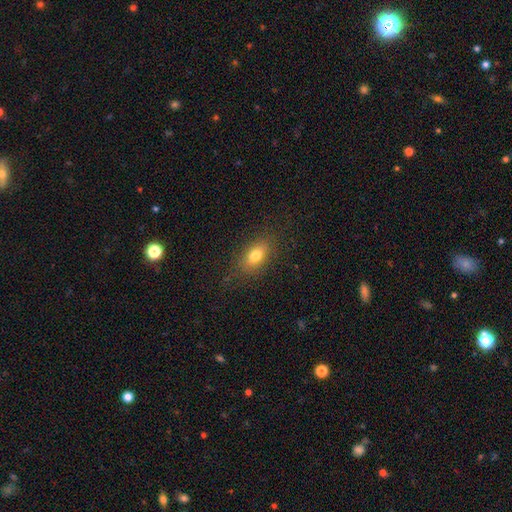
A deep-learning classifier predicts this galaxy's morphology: smooth 77%, featured or disk 13%, star or artifact 11%. Down the decision tree: how rounded — in between (82%); merging — none (83%).